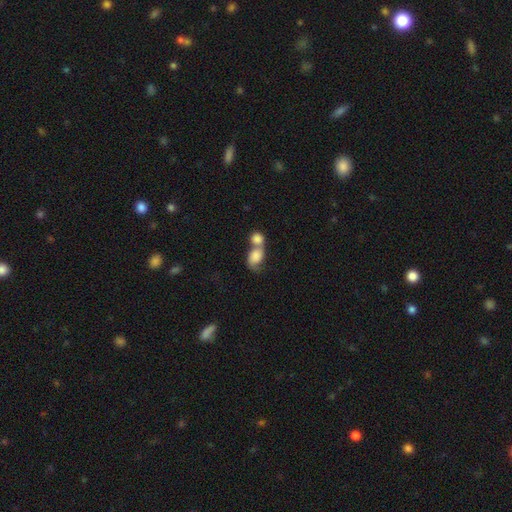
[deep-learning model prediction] smooth-or-featured: smooth: 76% | featured or disk: 16% | star or artifact: 8%
  how-rounded: in between: 58% | round: 40% | cigar-shaped: 2%
  merging: merger: 76% | none: 13% | minor disturbance: 6% | major disturbance: 5%